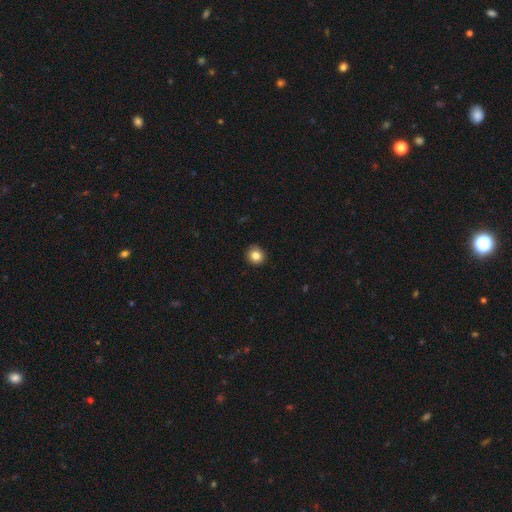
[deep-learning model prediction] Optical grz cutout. It shows a smooth galaxy with no disk features (84%) that is round (89%). Merging: none (91%).